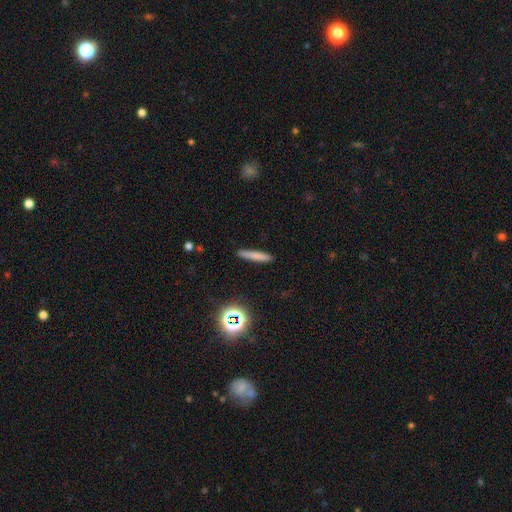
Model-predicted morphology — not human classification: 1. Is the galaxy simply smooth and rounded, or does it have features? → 75% smooth, 14% featured or disk, 12% star or artifact.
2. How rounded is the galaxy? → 91% cigar-shaped, 7% in between, 2% round.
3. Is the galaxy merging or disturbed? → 89% none, 8% minor disturbance, 2% major disturbance, 2% merger.